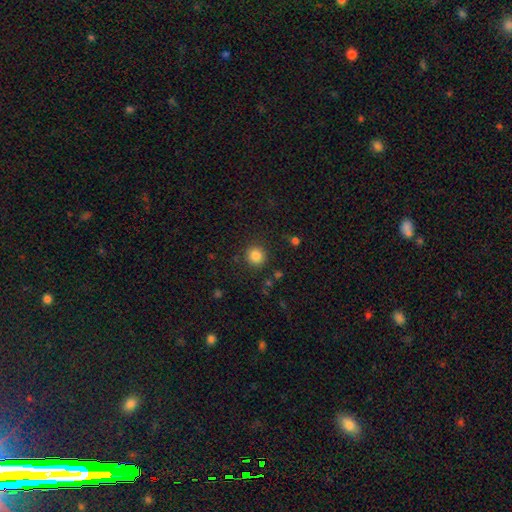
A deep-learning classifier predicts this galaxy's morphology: This appears to be a smooth galaxy with no disk features (84%) that is round (93%). Merging: none (89%).